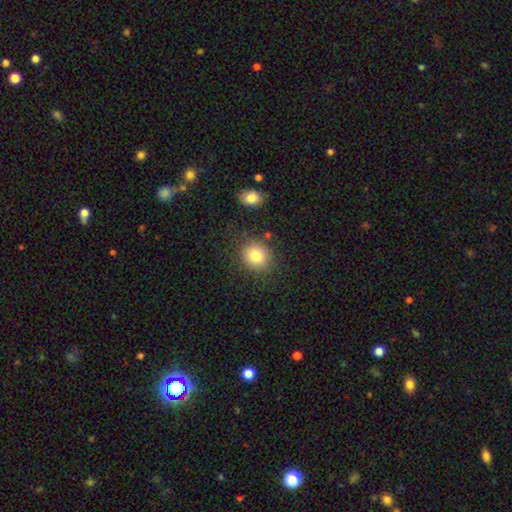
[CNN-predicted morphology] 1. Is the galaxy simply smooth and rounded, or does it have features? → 82% smooth, 10% star or artifact, 8% featured or disk.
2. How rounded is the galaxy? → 79% round, 20% in between, 1% cigar-shaped.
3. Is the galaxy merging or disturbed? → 82% none, 10% minor disturbance, 4% merger, 4% major disturbance.